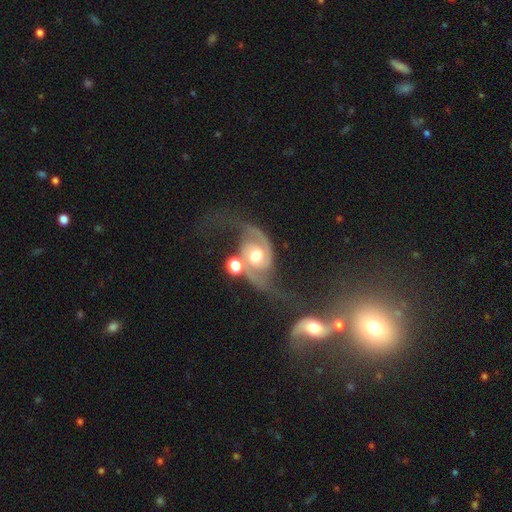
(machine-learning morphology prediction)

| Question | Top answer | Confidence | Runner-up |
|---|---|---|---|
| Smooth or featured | featured or disk | 86% | smooth (8%) |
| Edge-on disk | no | 97% | yes (3%) |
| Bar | no | 68% | weak (25%) |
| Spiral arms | yes | 96% | no (4%) |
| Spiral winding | loose | 46% | medium (40%) |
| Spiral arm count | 2 | 92% | can't tell (3%) |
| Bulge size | moderate | 68% | large (19%) |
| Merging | none | 41% | major disturbance (22%) |